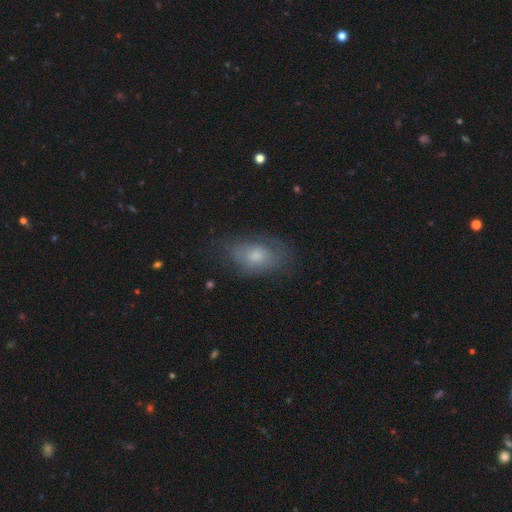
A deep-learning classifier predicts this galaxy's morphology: Smooth or featured: smooth — 60% (featured or disk — 30%)
How rounded: in between — 86% (round — 11%)
Merging: none — 63% (minor disturbance — 25%)